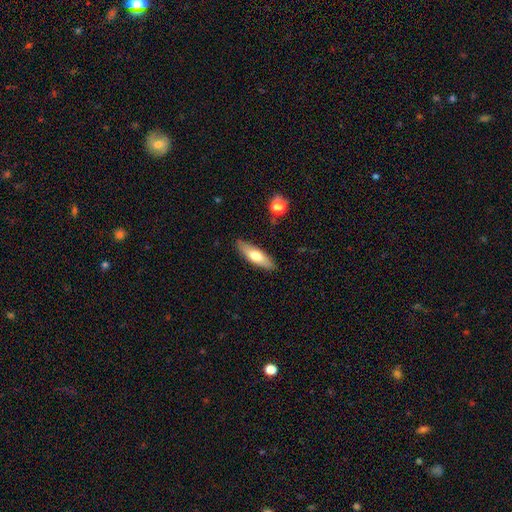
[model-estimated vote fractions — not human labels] Smooth or featured? Predicted: smooth (p=0.62). How rounded? Predicted: cigar-shaped (p=0.54). Merging? Predicted: none (p=0.87).